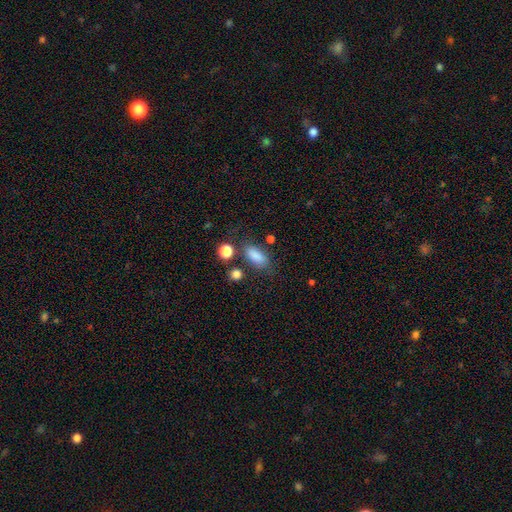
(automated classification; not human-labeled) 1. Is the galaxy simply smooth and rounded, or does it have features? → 85% smooth, 9% star or artifact, 6% featured or disk.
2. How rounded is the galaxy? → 84% in between, 10% cigar-shaped, 6% round.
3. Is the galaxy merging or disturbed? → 69% none, 17% minor disturbance, 7% merger, 7% major disturbance.